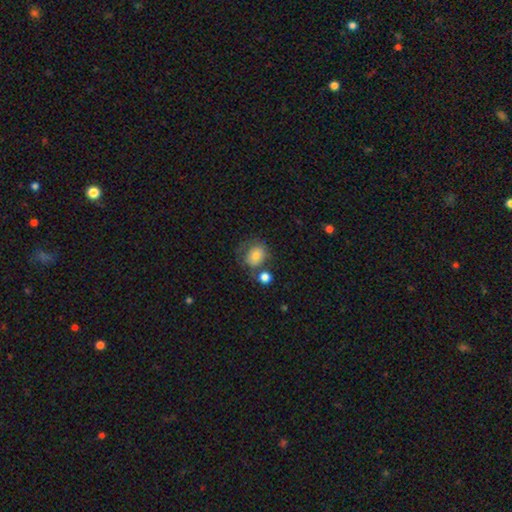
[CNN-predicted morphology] This appears to be a smooth galaxy with no disk features (73%) that is round (60%). Merging: none (48%).